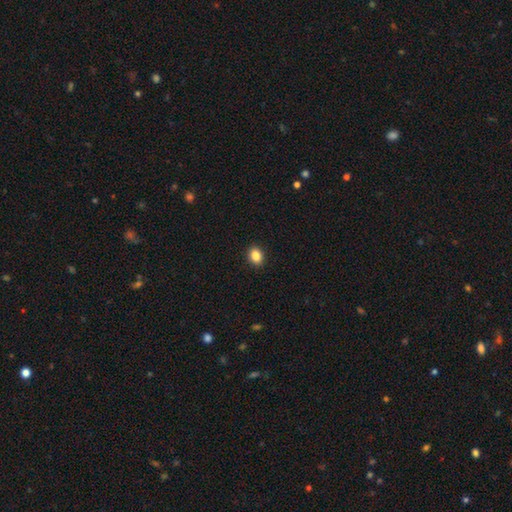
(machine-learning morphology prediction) A smooth galaxy with no disk features (86%) that is in between round and cigar-shaped (59%).

Vote fractions:
- Smooth or featured? smooth: 86% / star or artifact: 10% / featured or disk: 4%
- How rounded? in between: 59% / round: 40% / cigar-shaped: 1%
- Merging? none: 91% / minor disturbance: 6% / major disturbance: 2% / merger: 1%